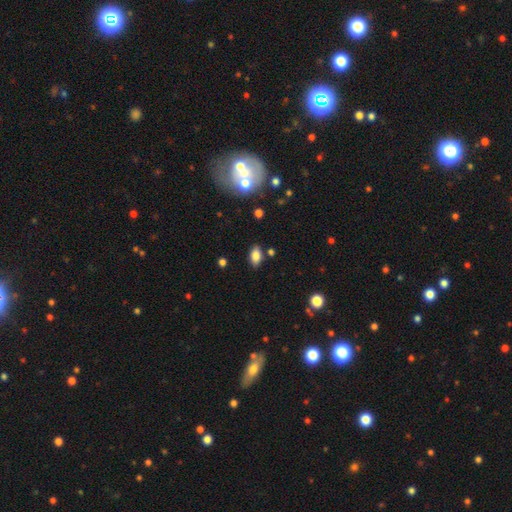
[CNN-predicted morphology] smooth_or_featured: smooth (p=0.81) [alt: star or artifact p=0.10]
how_rounded: in between (p=0.90) [alt: round p=0.05]
merging: none (p=0.83) [alt: minor disturbance p=0.11]